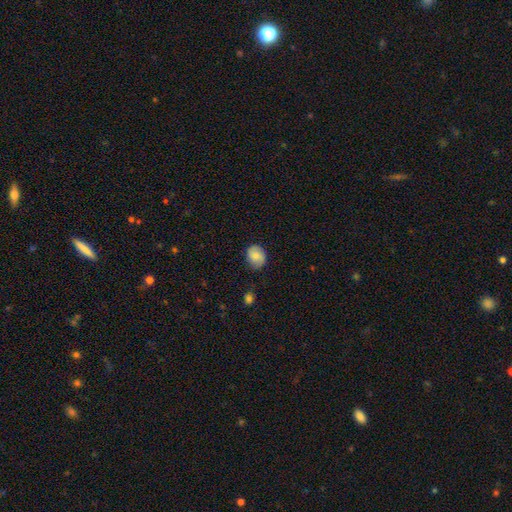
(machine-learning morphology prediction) Smooth or featured: smooth — 70% (featured or disk — 22%)
How rounded: round — 61% (in between — 38%)
Merging: none — 75% (minor disturbance — 19%)